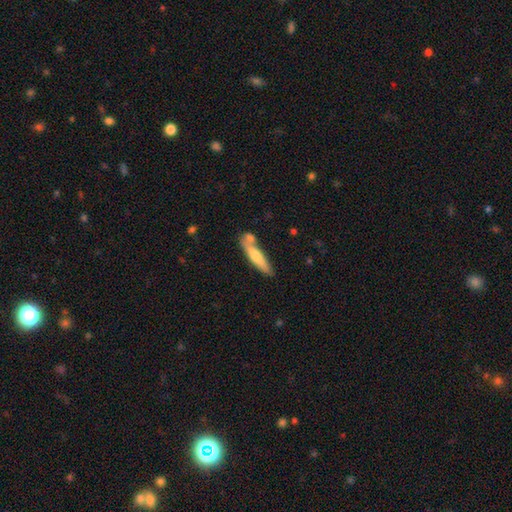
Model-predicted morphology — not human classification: This is possibly a smooth galaxy (60%). How rounded: clearly cigar-shaped (85%). Merging: likely none (65%).